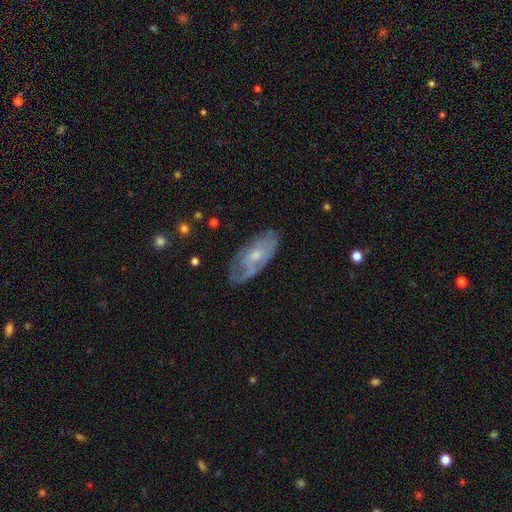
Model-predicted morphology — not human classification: Smooth or featured: featured or disk — 52% (smooth — 41%)
Edge-on disk: no — 85% (yes — 15%)
Merging: none — 59% (minor disturbance — 27%)